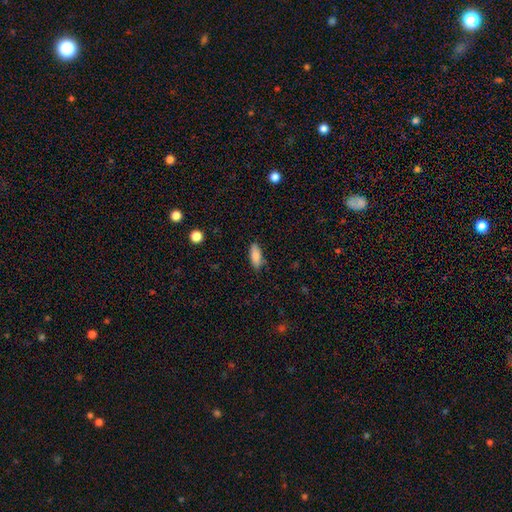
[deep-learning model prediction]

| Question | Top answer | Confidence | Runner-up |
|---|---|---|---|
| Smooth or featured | smooth | 86% | featured or disk (7%) |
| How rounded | in between | 71% | cigar-shaped (27%) |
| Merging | none | 82% | minor disturbance (14%) |